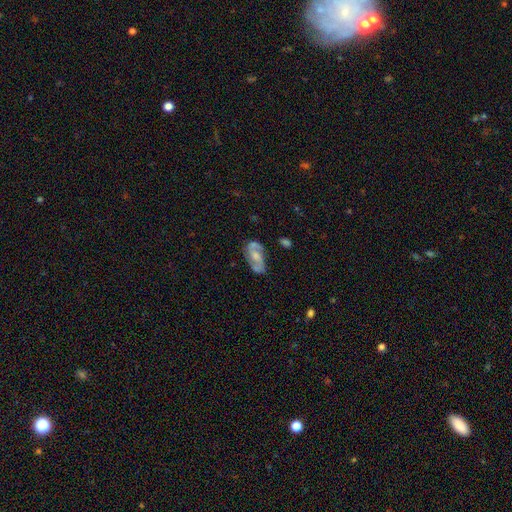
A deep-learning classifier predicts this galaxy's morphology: Smooth or featured? Predicted: featured or disk (p=0.75). Edge-on disk? Predicted: no (p=0.95). Bar? Predicted: no (p=0.49). Spiral arms? Predicted: yes (p=0.89). Spiral winding? Predicted: medium (p=0.50). Spiral arm count? Predicted: 2 (p=0.87). Bulge size? Predicted: moderate (p=0.47). Merging? Predicted: none (p=0.68).